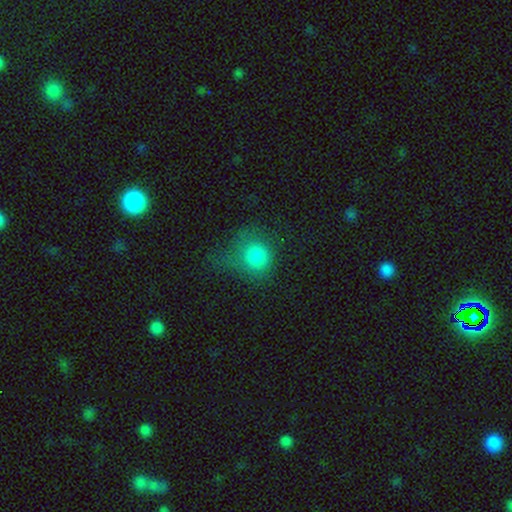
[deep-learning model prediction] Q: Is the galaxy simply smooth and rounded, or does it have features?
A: smooth — 79%.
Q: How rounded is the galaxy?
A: round — 78%.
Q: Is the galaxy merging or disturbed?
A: none — 46%.